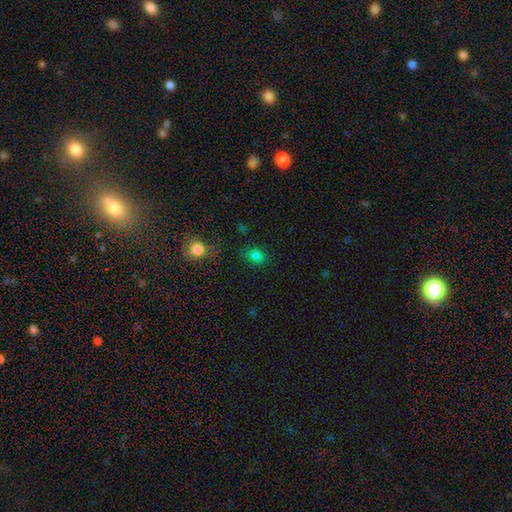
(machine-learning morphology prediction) smooth 80%, star or artifact 16%, featured or disk 4%. Down the decision tree: how rounded — in between (59%); merging — none (79%).